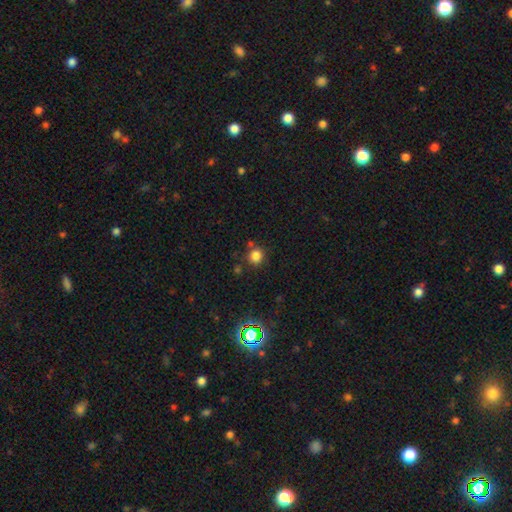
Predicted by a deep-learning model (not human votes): Overall: smooth (80%). How rounded: round (88%). Merging: none (78%).